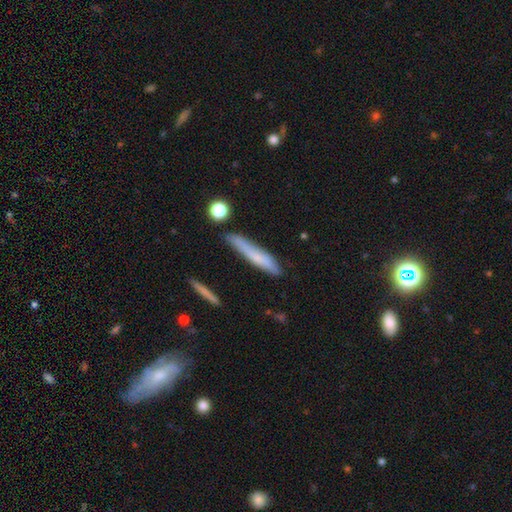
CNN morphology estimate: smooth_or_featured: smooth (p=0.65) [alt: featured or disk p=0.26]
how_rounded: cigar-shaped (p=0.91) [alt: in between p=0.07]
merging: none (p=0.75) [alt: minor disturbance p=0.18]